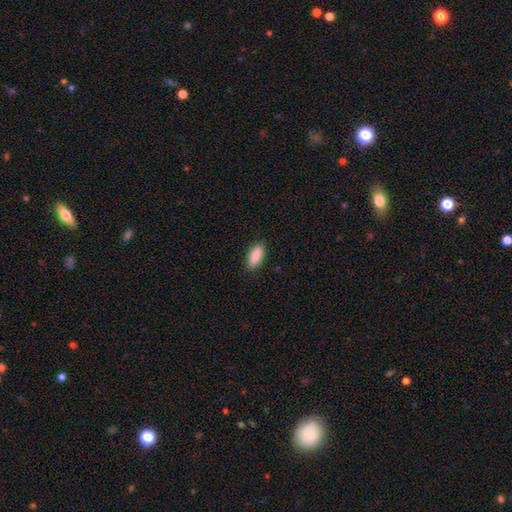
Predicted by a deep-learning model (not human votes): A smooth galaxy with no disk features (90%) that is in between round and cigar-shaped (82%). Merging: none (88%).